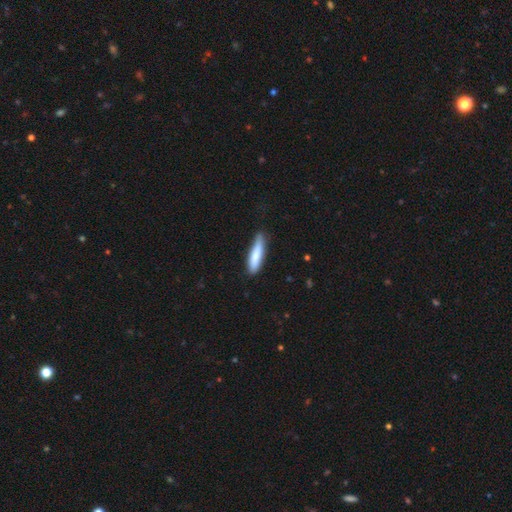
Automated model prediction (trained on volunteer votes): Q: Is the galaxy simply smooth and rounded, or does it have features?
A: smooth — 80%.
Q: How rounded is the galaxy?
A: cigar-shaped — 78%.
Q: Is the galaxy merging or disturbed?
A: none — 72%.